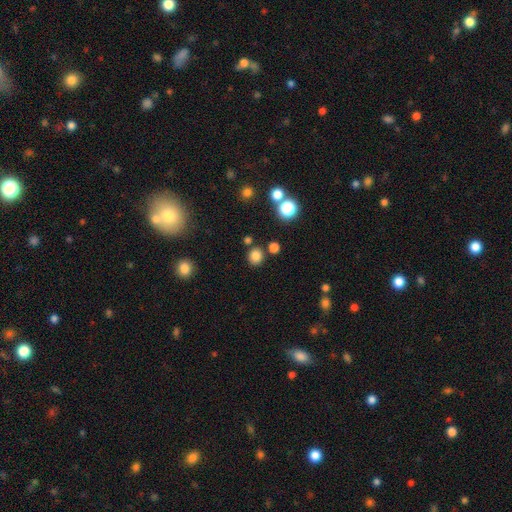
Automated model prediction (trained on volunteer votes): smooth 80%, star or artifact 15%, featured or disk 5%. Down the decision tree: how rounded — round (83%); merging — none (83%).